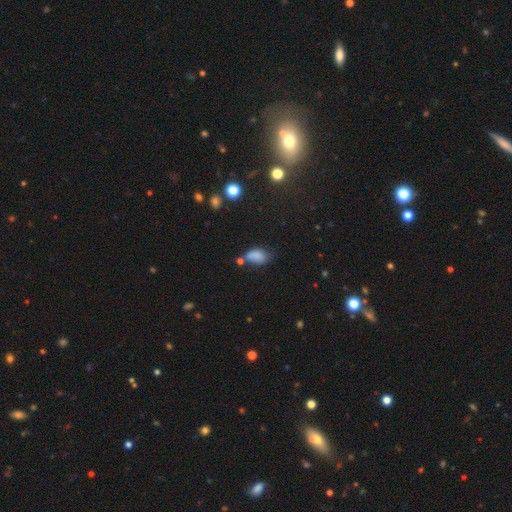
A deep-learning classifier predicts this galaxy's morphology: Q: Smooth or featured?
A: smooth (80%); runner-up: star or artifact (12%)
Q: How rounded?
A: in between (86%); runner-up: round (11%)
Q: Merging?
A: none (44%); runner-up: minor disturbance (30%)